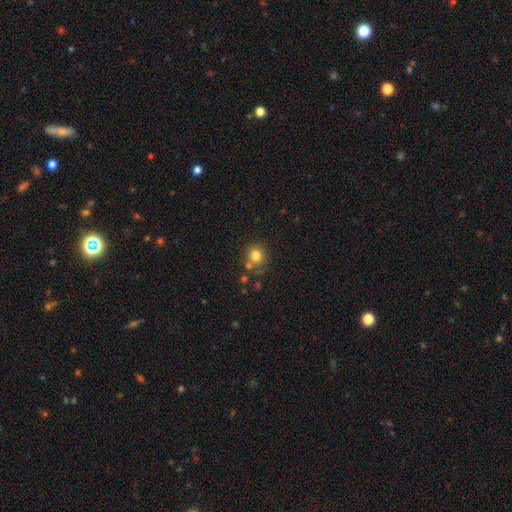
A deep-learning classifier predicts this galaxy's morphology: Smooth or featured? smooth (80%)
How rounded? round (86%)
Merging? none (70%)